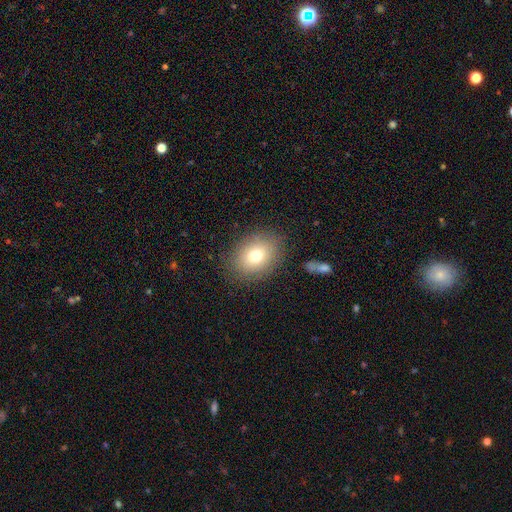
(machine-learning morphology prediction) Smooth or featured? Predicted: smooth (p=0.75). How rounded? Predicted: in between (p=0.58). Merging? Predicted: none (p=0.84).